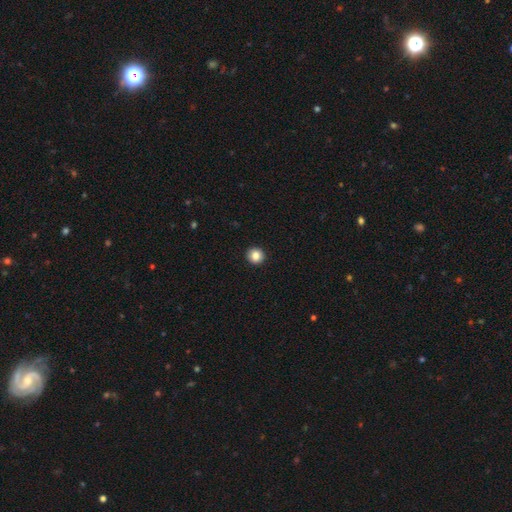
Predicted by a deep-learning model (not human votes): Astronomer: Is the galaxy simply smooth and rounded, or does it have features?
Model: smooth — 85%.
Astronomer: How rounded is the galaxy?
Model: round — 94%.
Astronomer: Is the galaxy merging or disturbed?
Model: none — 93%.